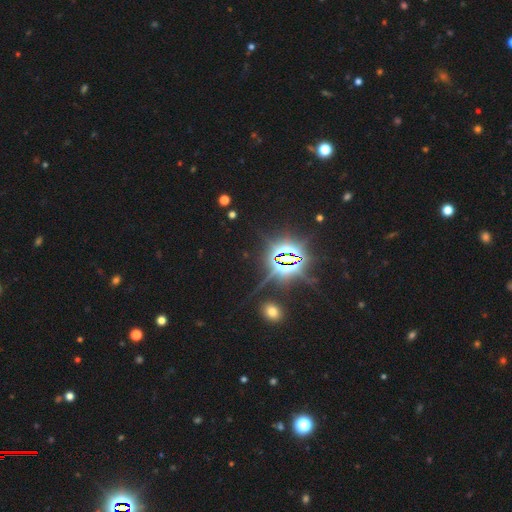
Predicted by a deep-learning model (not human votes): This appears to be a star or artifact, not a galaxy (85%).